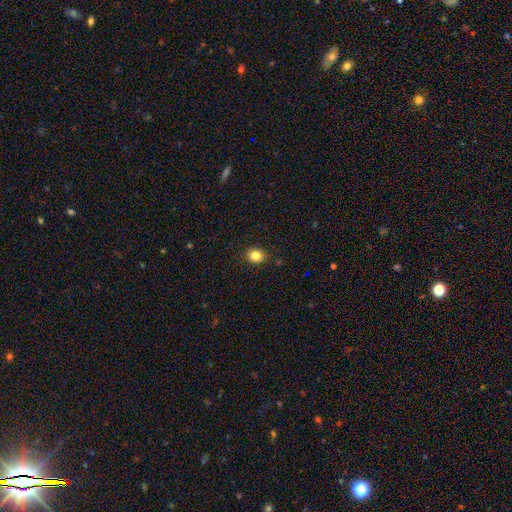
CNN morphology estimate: smooth 83%, star or artifact 11%, featured or disk 6%. Down the decision tree: how rounded — round (65%); merging — none (90%).